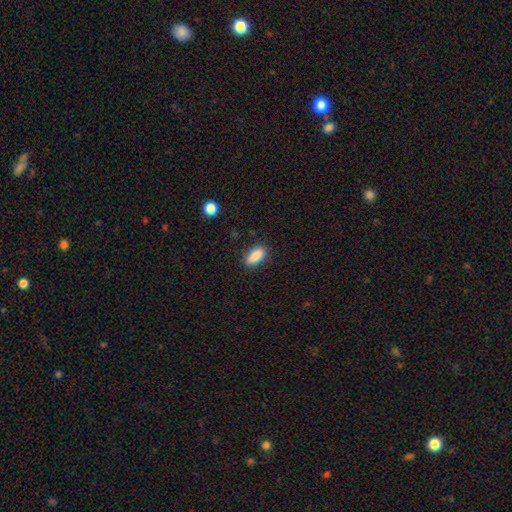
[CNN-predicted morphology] smooth_or_featured: smooth (p=0.87) [alt: star or artifact p=0.07]
how_rounded: in between (p=0.79) [alt: cigar-shaped p=0.18]
merging: none (p=0.85) [alt: minor disturbance p=0.11]